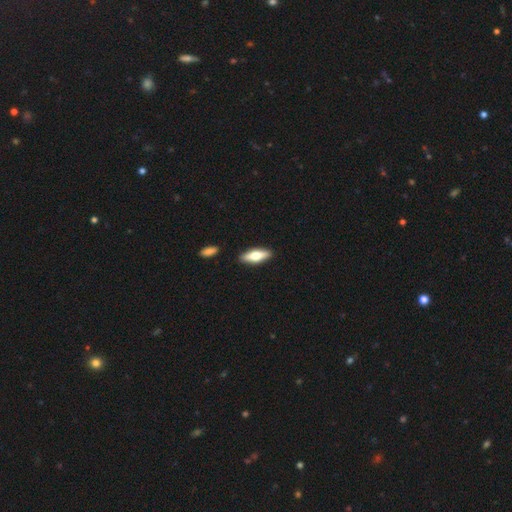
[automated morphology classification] Overall: smooth (58%; featured or disk 36%). How rounded: in between (53%; cigar-shaped 45%). Merging: none (88%).